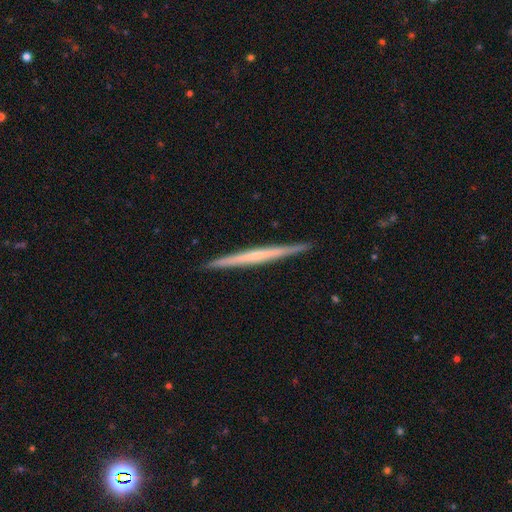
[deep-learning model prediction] smooth_or_featured: featured or disk (p=0.60) [alt: smooth p=0.34]
disk_edge_on: yes (p=0.98) [alt: no p=0.02]
edge_on_bulge: none (p=0.80) [alt: rounded p=0.14]
merging: none (p=0.92) [alt: minor disturbance p=0.06]